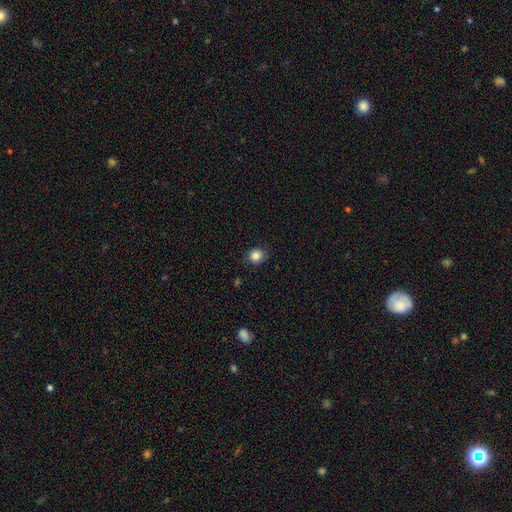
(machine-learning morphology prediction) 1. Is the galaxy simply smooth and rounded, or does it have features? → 86% smooth, 11% star or artifact, 4% featured or disk.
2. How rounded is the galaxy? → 83% round, 16% in between, 1% cigar-shaped.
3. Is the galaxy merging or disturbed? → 86% none, 11% minor disturbance, 3% major disturbance, 1% merger.